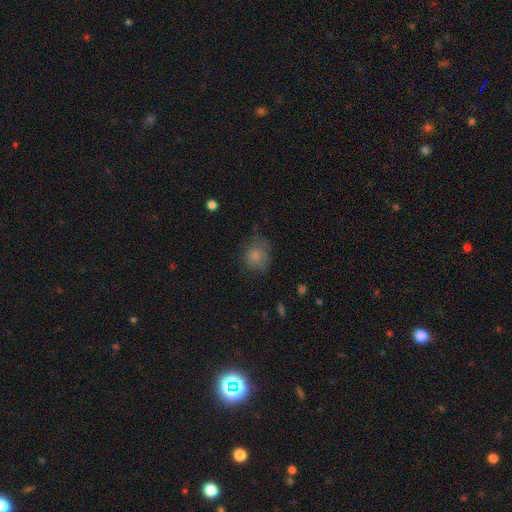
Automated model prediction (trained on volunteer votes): Smooth or featured?
  - smooth: 77% *
  - featured or disk: 13%
  - star or artifact: 10%
How rounded?
  - round: 69% *
  - in between: 30%
  - cigar-shaped: 1%
Merging?
  - none: 61% *
  - minor disturbance: 26%
  - major disturbance: 12%
  - merger: 2%